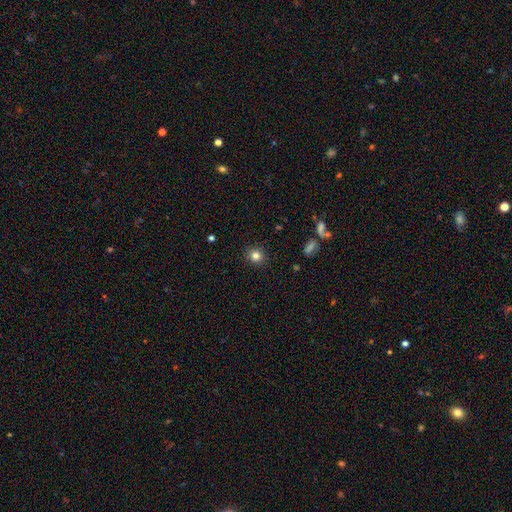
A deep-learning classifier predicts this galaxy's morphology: type=smooth (81%); roundness=round (86%); merging=none (91%).